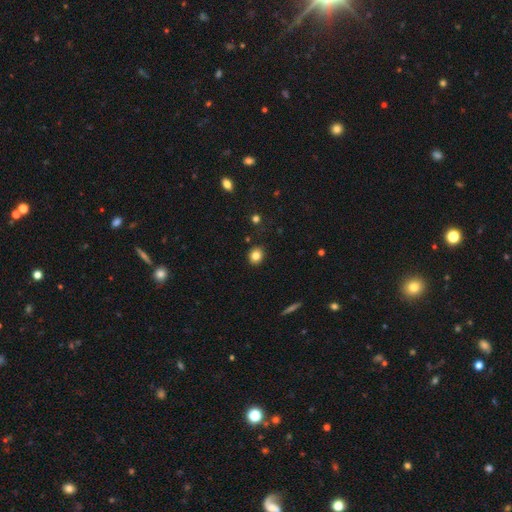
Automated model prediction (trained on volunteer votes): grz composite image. It shows a smooth galaxy with no disk features (82%) that is round (70%). Merging: none (89%).